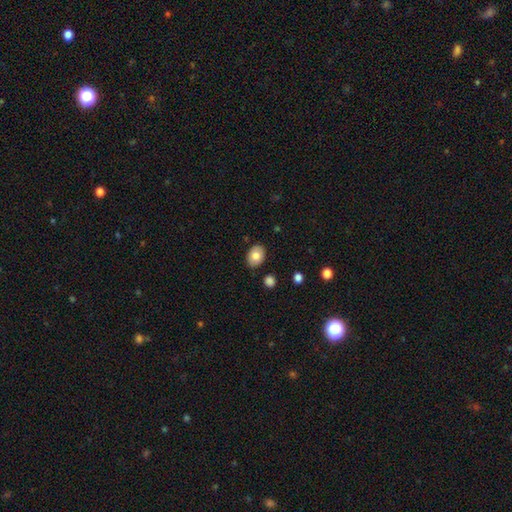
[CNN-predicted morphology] A smooth galaxy with no disk features (80%) that is in between round and cigar-shaped (73%). Merging: none (85%).